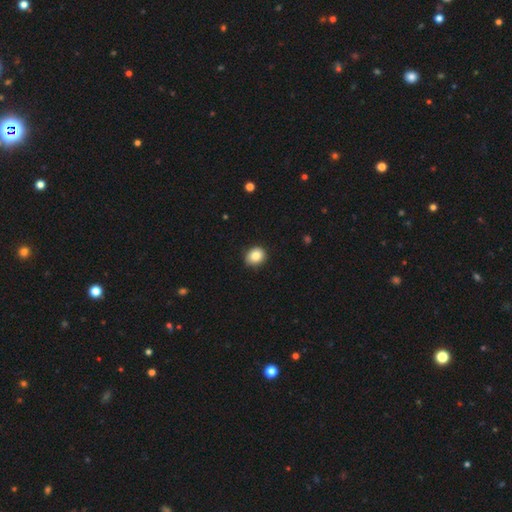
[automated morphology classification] Smooth or featured?
  - smooth: 86% *
  - star or artifact: 9%
  - featured or disk: 5%
How rounded?
  - round: 68% *
  - in between: 31%
  - cigar-shaped: 1%
Merging?
  - none: 84% *
  - minor disturbance: 13%
  - major disturbance: 2%
  - merger: 1%